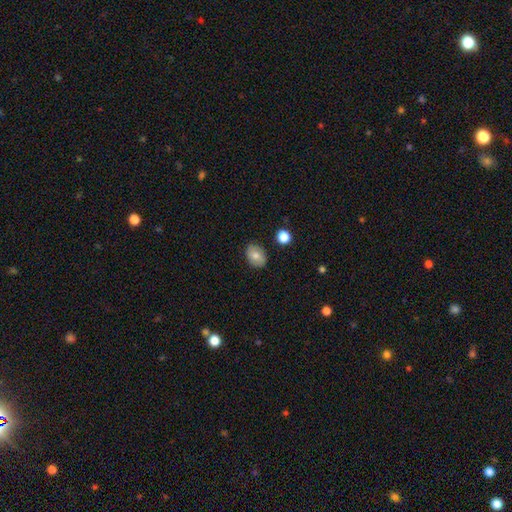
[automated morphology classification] This is likely a smooth galaxy (75%). How rounded: likely in between (71%). Merging: clearly none (85%).